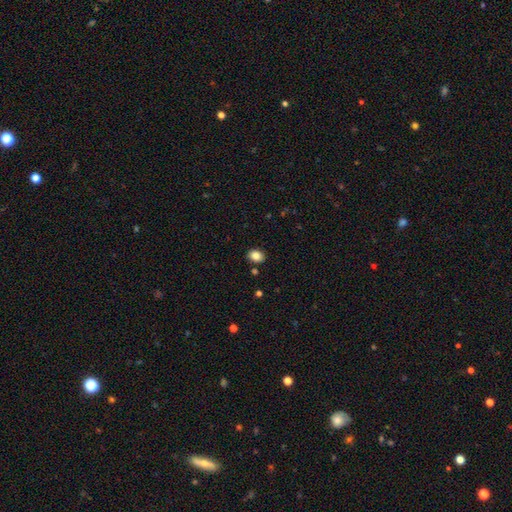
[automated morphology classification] This appears to be a smooth galaxy with no disk features (85%) that is in between round and cigar-shaped (67%). Merging: none (86%).